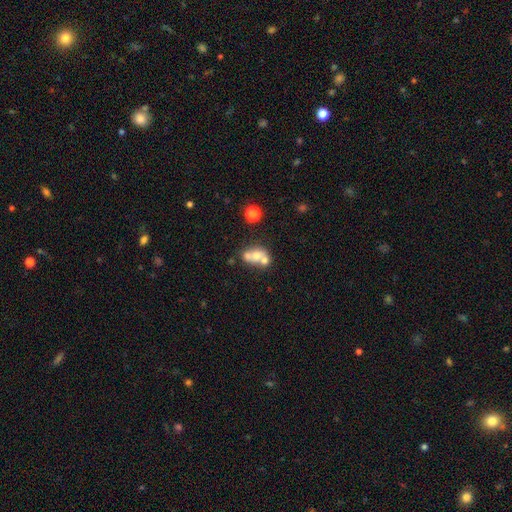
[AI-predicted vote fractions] This is possibly a smooth galaxy (52%). How rounded: possibly in between (56%). Merging: possibly merger (57%).